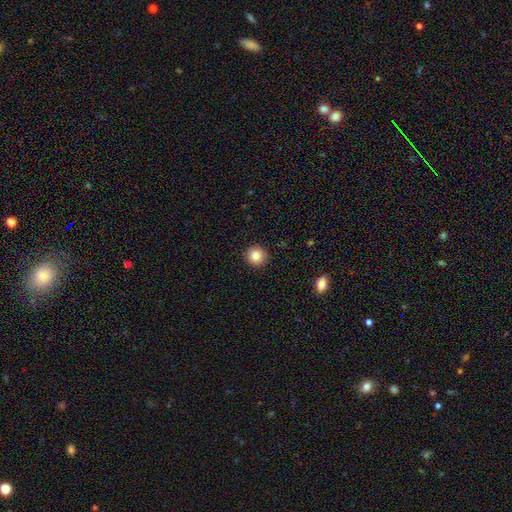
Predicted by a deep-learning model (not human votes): smooth 84%, star or artifact 10%, featured or disk 6%. Down the decision tree: how rounded — round (94%); merging — none (92%).